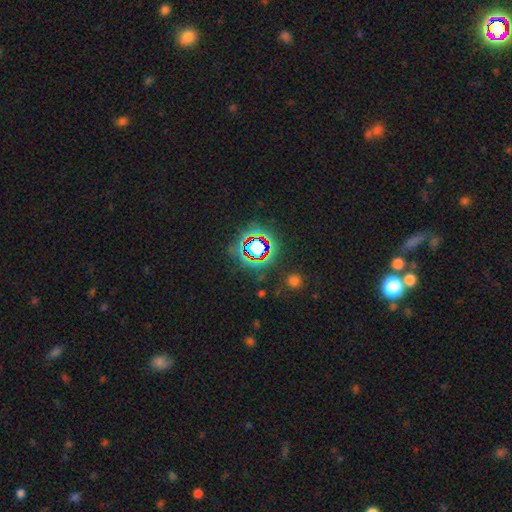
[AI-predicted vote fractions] star or artifact 78%, smooth 13%, featured or disk 9%.